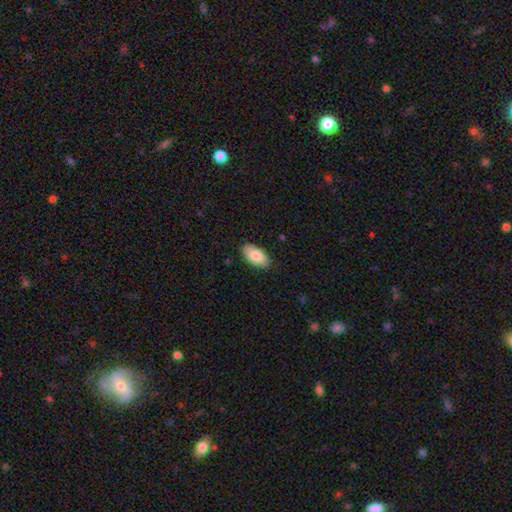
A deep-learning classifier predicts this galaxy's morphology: Smooth or featured: smooth — 84% (featured or disk — 10%)
How rounded: in between — 95% (round — 3%)
Merging: none — 88% (minor disturbance — 9%)